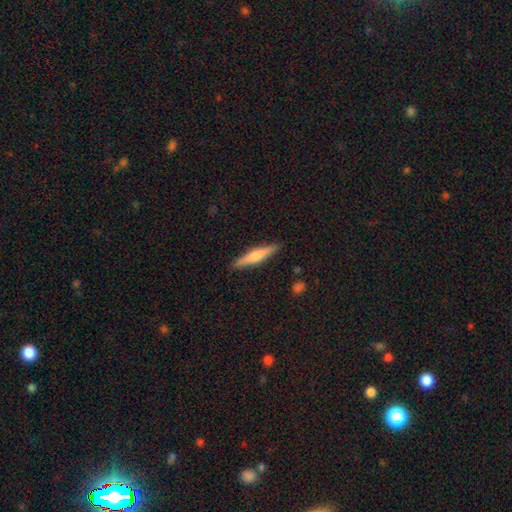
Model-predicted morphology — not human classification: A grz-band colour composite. It shows a smooth galaxy with no disk features (51%) that is cigar-shaped (89%). Merging: none (90%).